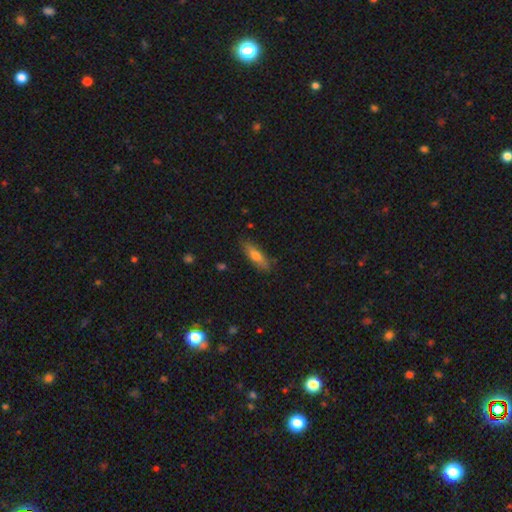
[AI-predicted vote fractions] The model was most divided on "how rounded": cigar-shaped: 58%, in between: 40%, round: 2%. More confident: merging — none (82%); smooth or featured — smooth (66%).